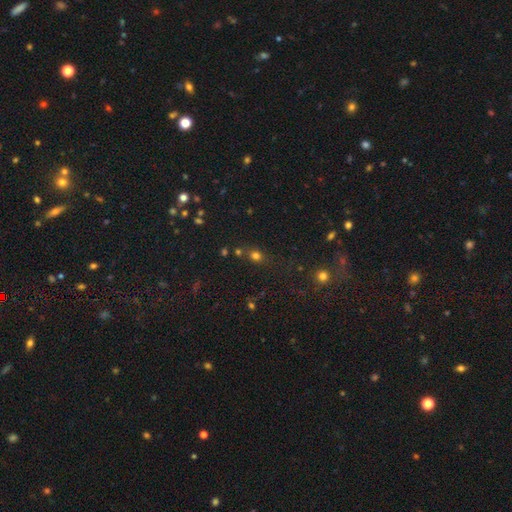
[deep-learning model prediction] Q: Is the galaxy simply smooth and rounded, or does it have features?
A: smooth — 69%.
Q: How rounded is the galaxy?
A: round — 65%.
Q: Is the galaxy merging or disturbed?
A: none — 70%.